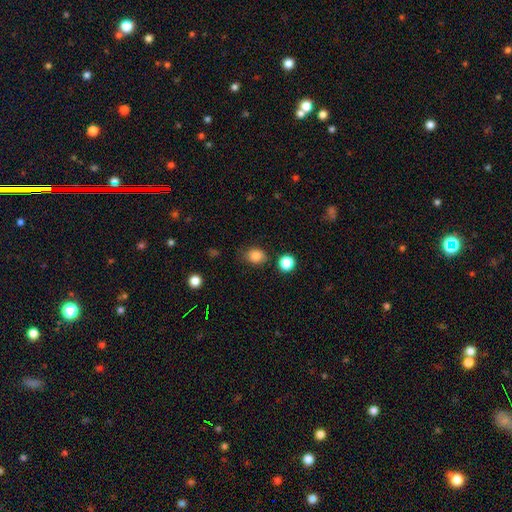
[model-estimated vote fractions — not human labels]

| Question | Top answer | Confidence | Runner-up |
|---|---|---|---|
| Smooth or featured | smooth | 84% | star or artifact (11%) |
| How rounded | round | 51% | in between (48%) |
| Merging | none | 74% | minor disturbance (18%) |